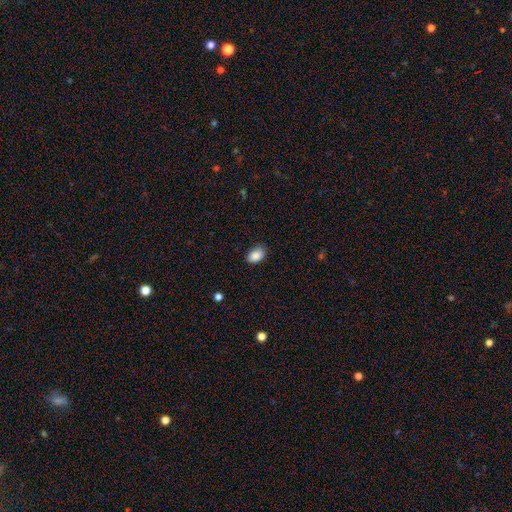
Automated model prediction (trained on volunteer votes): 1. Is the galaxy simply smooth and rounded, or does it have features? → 88% smooth, 8% star or artifact, 4% featured or disk.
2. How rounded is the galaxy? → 84% in between, 14% round, 1% cigar-shaped.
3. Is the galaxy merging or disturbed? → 81% none, 15% minor disturbance, 3% major disturbance, 1% merger.